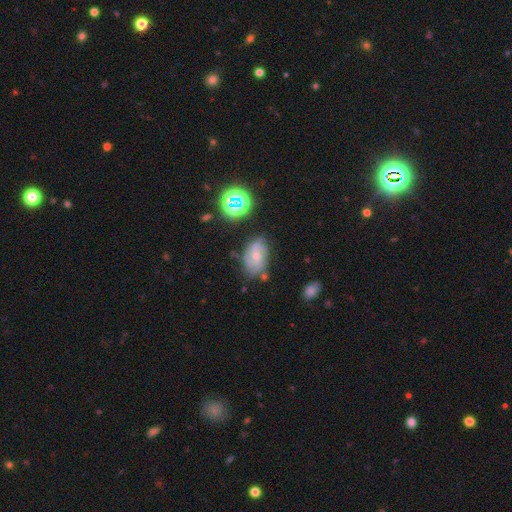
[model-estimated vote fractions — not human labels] The model was most divided on "bar": no: 50%, weak: 42%, strong: 8%. Remaining: edge-on disk — no (97%); spiral arms — yes (90%); smooth or featured — featured or disk (68%); merging — none (62%); bulge size — small (51%); spiral winding — medium (46%); spiral arm count — 2 (41%).